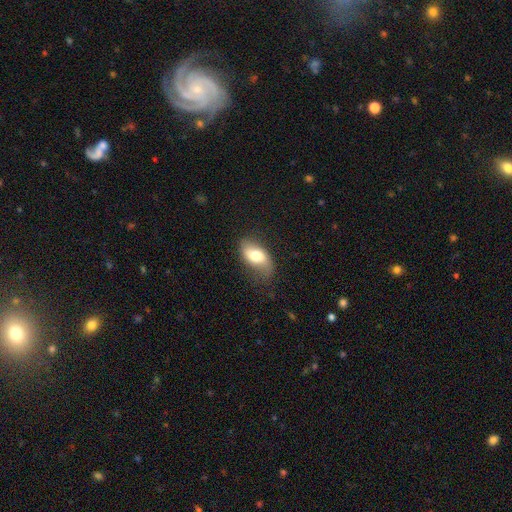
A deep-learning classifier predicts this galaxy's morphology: Q: Smooth or featured?
A: smooth (61%); runner-up: featured or disk (32%)
Q: How rounded?
A: in between (91%); runner-up: round (6%)
Q: Merging?
A: none (64%); runner-up: minor disturbance (26%)